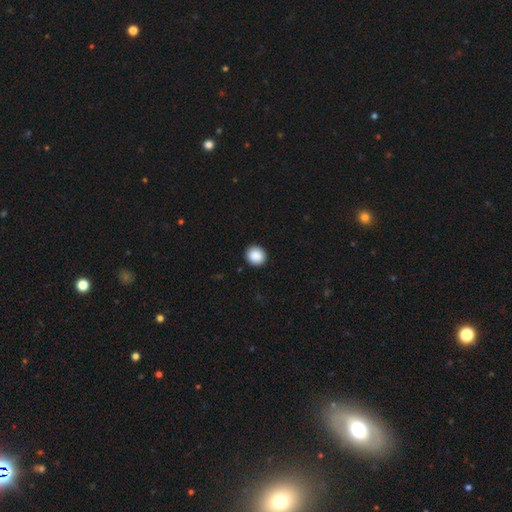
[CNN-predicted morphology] This is clearly a smooth galaxy (89%). How rounded: clearly round (88%). Merging: clearly none (92%).